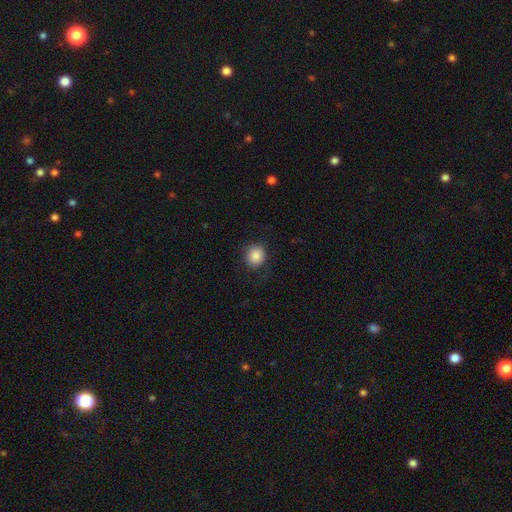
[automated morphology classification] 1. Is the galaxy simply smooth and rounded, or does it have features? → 88% smooth, 8% star or artifact, 4% featured or disk.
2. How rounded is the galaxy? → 85% round, 14% in between, 1% cigar-shaped.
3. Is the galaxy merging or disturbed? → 83% none, 12% minor disturbance, 4% major disturbance, 1% merger.